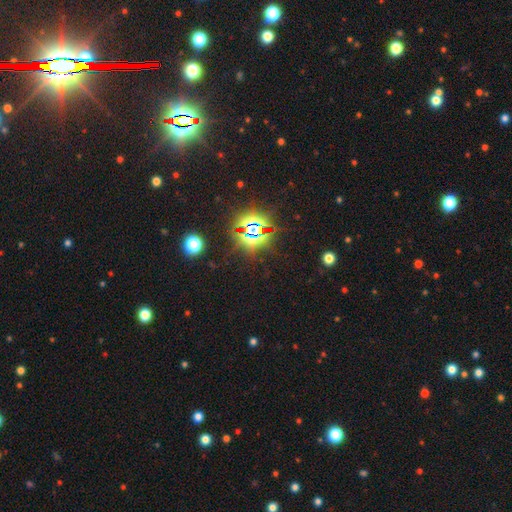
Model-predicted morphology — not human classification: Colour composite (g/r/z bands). It shows a star or artifact, not a galaxy (83%).